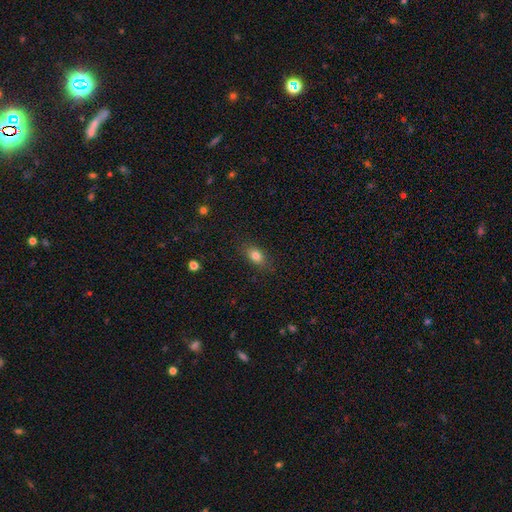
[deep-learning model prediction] Q: Smooth or featured?
A: smooth (81%); runner-up: star or artifact (10%)
Q: How rounded?
A: in between (81%); runner-up: round (15%)
Q: Merging?
A: none (84%); runner-up: minor disturbance (12%)